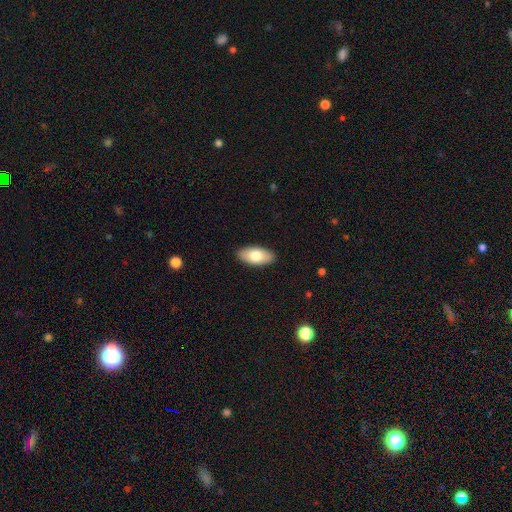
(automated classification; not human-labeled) Q: Smooth or featured?
A: smooth (78%); runner-up: featured or disk (16%)
Q: How rounded?
A: in between (92%); runner-up: cigar-shaped (5%)
Q: Merging?
A: none (89%); runner-up: minor disturbance (8%)